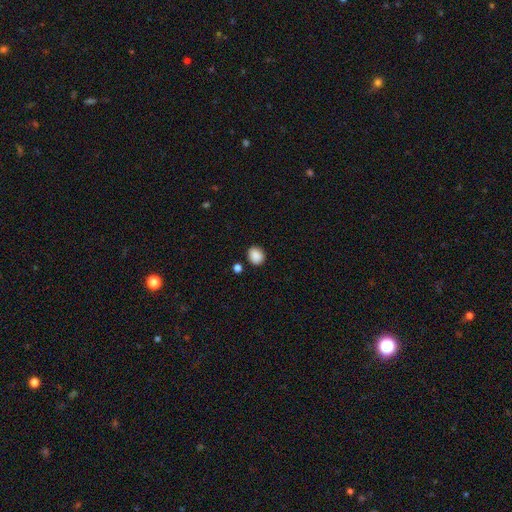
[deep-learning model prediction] smooth 88%, star or artifact 9%, featured or disk 3%. Down the decision tree: how rounded — round (62%); merging — none (84%).